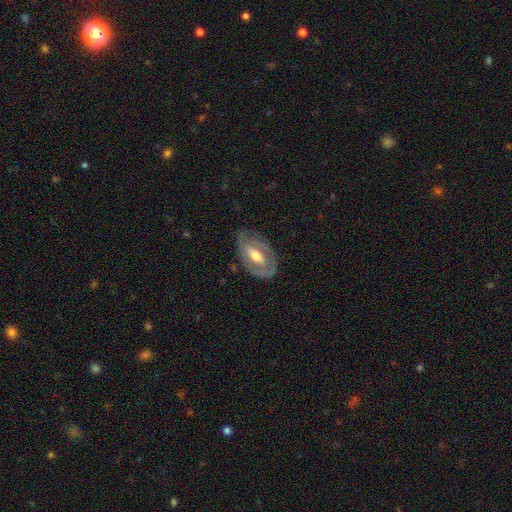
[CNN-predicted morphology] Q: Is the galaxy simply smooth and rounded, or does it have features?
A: featured or disk — 62%.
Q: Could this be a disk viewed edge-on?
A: no — 91%.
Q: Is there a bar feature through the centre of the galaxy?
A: no — 39%.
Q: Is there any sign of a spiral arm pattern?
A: no — 52%.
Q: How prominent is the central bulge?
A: moderate — 65%.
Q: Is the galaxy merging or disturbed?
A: none — 66%.